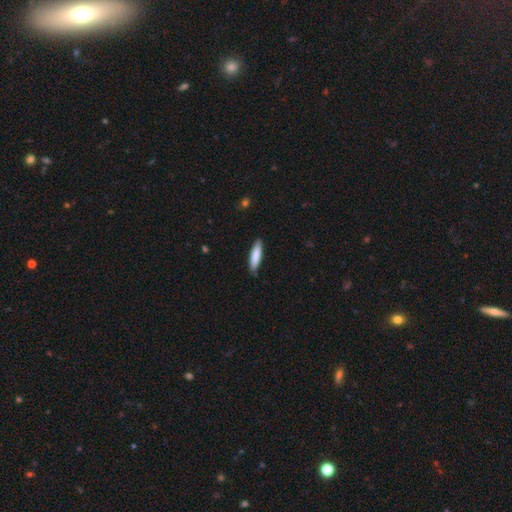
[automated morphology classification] smooth 84%, featured or disk 11%, star or artifact 5%. Down the decision tree: how rounded — cigar-shaped (74%); merging — none (87%).